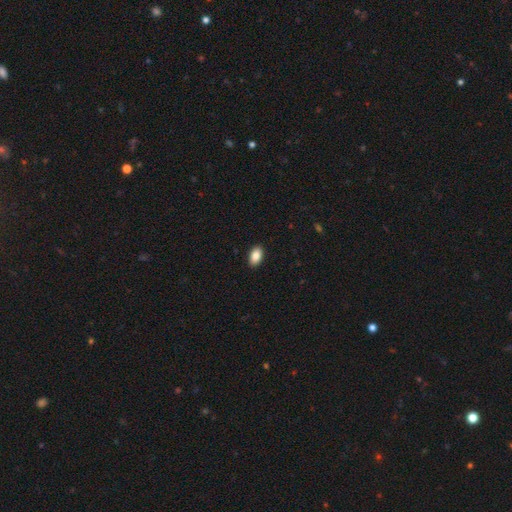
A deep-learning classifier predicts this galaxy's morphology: Smooth or featured?
  - smooth: 86% *
  - star or artifact: 7%
  - featured or disk: 7%
How rounded?
  - in between: 92% *
  - round: 6%
  - cigar-shaped: 2%
Merging?
  - none: 91% *
  - minor disturbance: 7%
  - major disturbance: 2%
  - merger: 1%